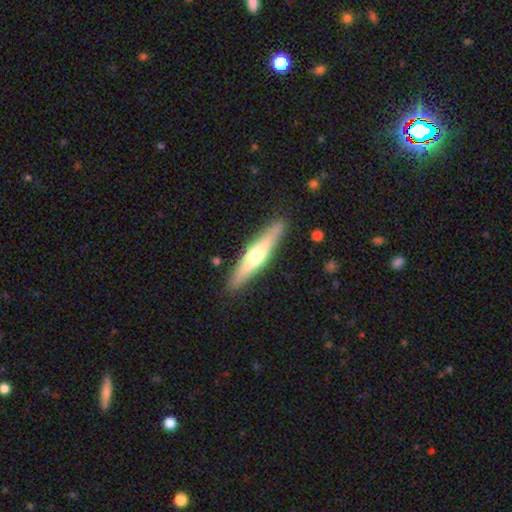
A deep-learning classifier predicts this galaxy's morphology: Smooth or featured?
  - featured or disk: 54% *
  - smooth: 40%
  - star or artifact: 5%
Edge-on disk?
  - yes: 94% *
  - no: 6%
Edge-on bulge?
  - rounded: 87% *
  - none: 8%
  - boxy: 5%
Merging?
  - none: 88% *
  - minor disturbance: 9%
  - major disturbance: 2%
  - merger: 1%